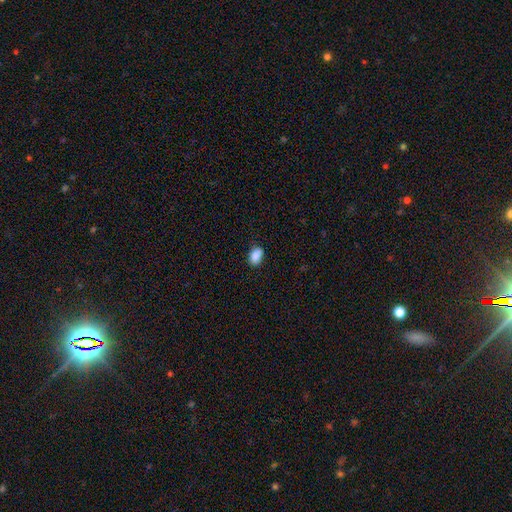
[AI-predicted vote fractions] smooth_or_featured: smooth (p=0.85) [alt: star or artifact p=0.08]
how_rounded: in between (p=0.82) [alt: round p=0.17]
merging: none (p=0.71) [alt: minor disturbance p=0.21]